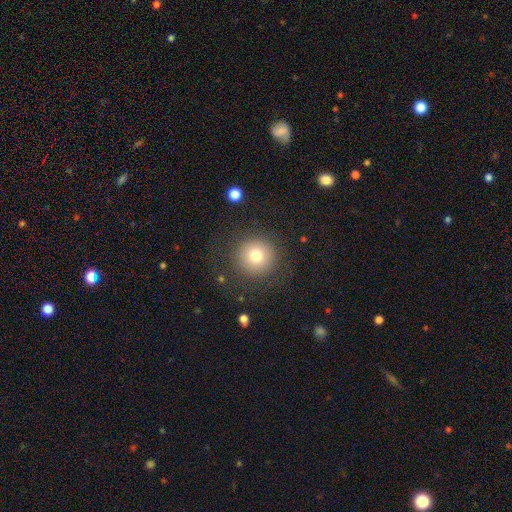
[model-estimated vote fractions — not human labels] Overall: smooth (77%). How rounded: round (95%). Merging: none (85%).